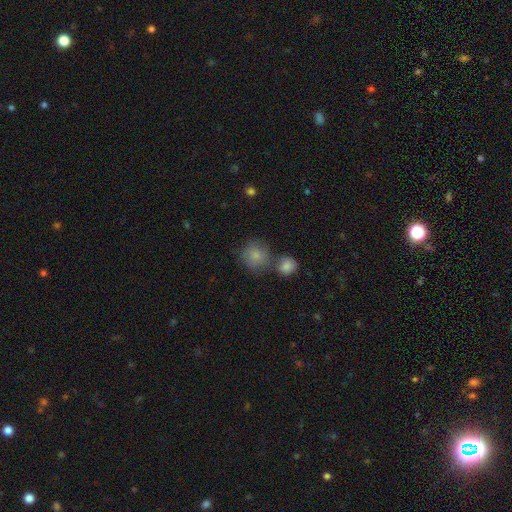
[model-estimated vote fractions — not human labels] smooth 84%, star or artifact 8%, featured or disk 8%. Down the decision tree: how rounded — round (87%); merging — none (53%).